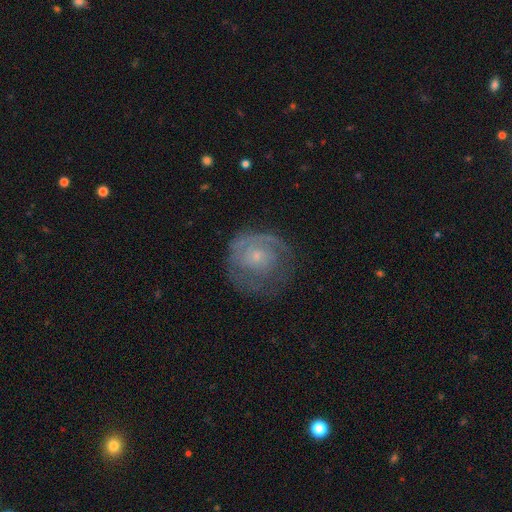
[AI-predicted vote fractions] featured or disk 64%, smooth 28%, star or artifact 8%. Down the decision tree: edge-on disk — no (97%); bar — no (80%); spiral arms — yes (76%); bulge size — small (72%); merging — none (60%).